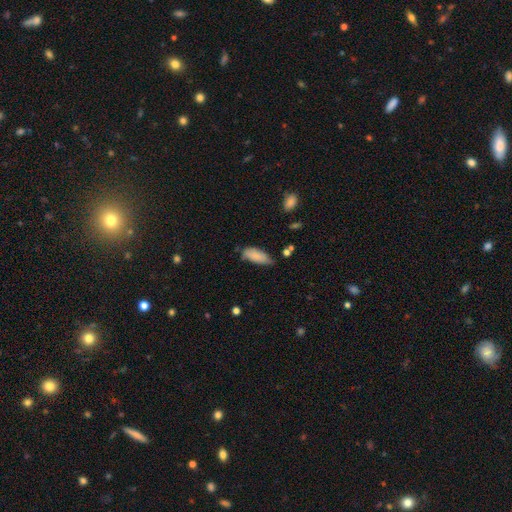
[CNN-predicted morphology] type=smooth (84%); roundness=in between (82%); merging=none (46%).